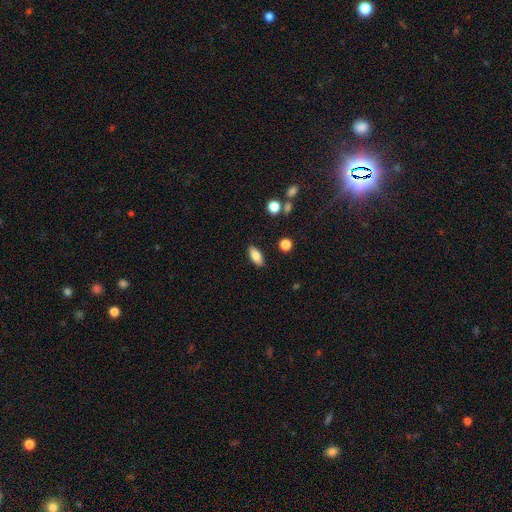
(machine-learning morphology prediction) This is likely a smooth galaxy (79%). How rounded: clearly in between (82%). Merging: clearly none (87%).